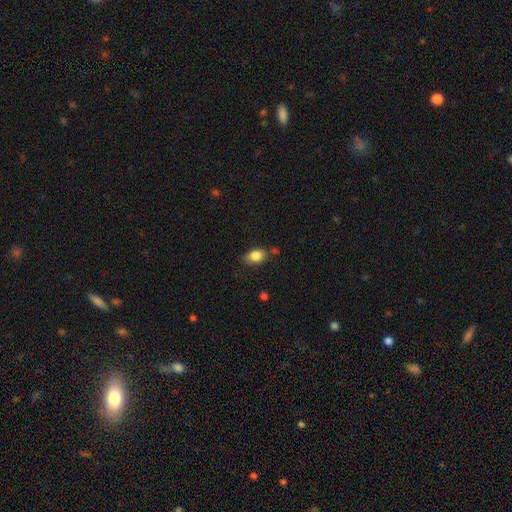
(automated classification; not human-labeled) smooth 84%, star or artifact 9%, featured or disk 7%. Down the decision tree: how rounded — in between (76%); merging — none (72%).